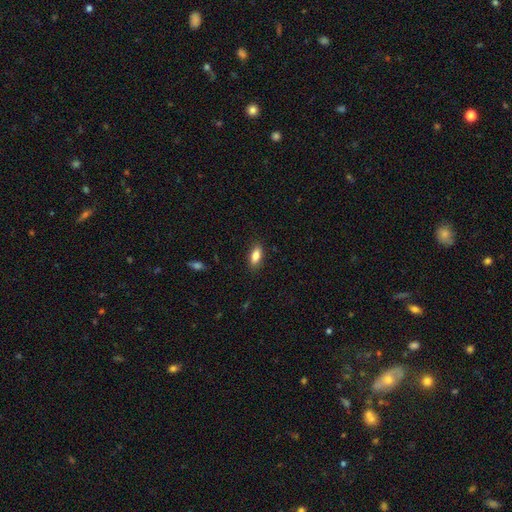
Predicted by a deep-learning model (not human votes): This appears to be a smooth galaxy with no disk features (83%) that is in between round and cigar-shaped (83%). Merging: none (87%).